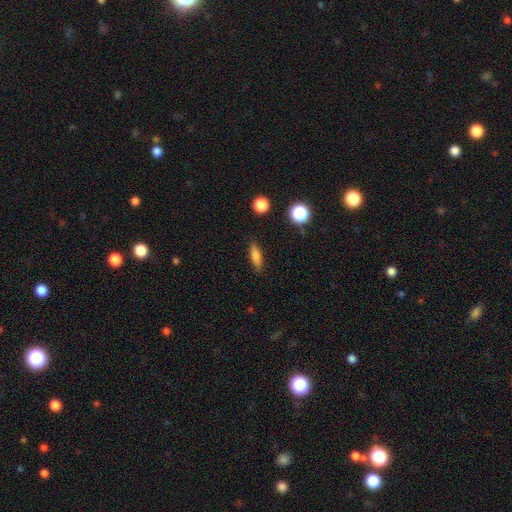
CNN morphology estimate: Overall: smooth (79%). How rounded: cigar-shaped (49%; in between 46%). Merging: none (87%).